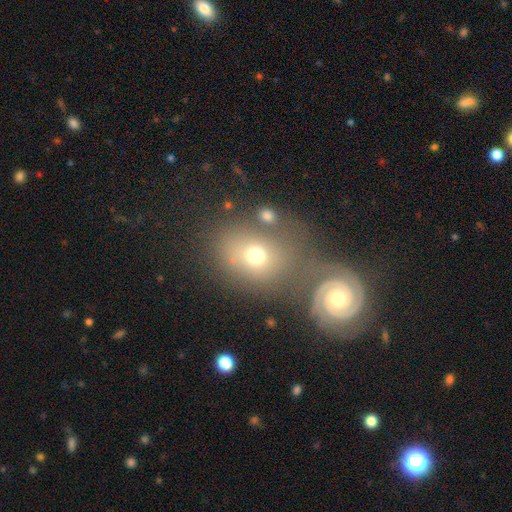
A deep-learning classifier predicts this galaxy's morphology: Smooth or featured? smooth (58%)
How rounded? round (50%)
Merging? none (52%)